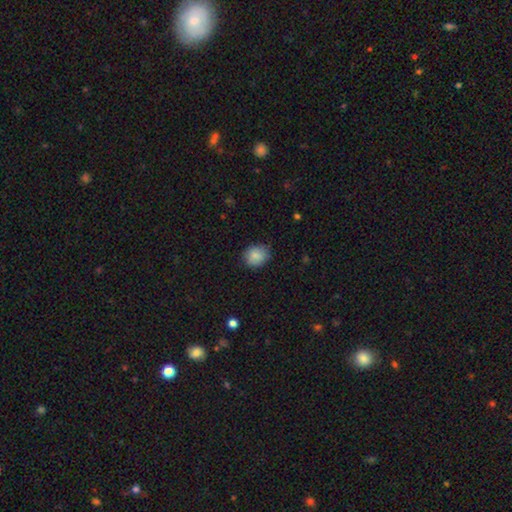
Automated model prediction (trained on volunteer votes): Smooth or featured? smooth (86%)
How rounded? round (70%)
Merging? none (78%)